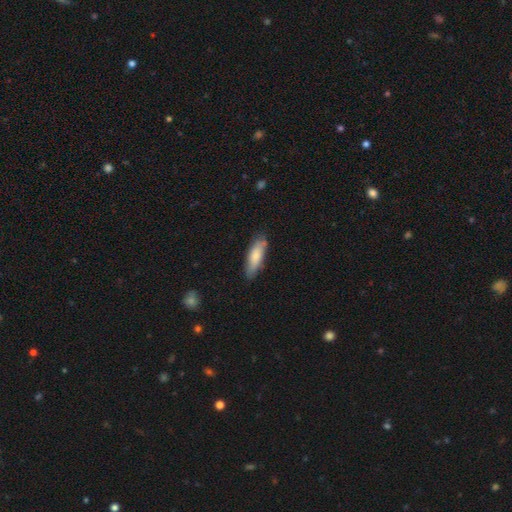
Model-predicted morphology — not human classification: A smooth galaxy with no disk features (78%) that is cigar-shaped (52%). Merging: none (79%).